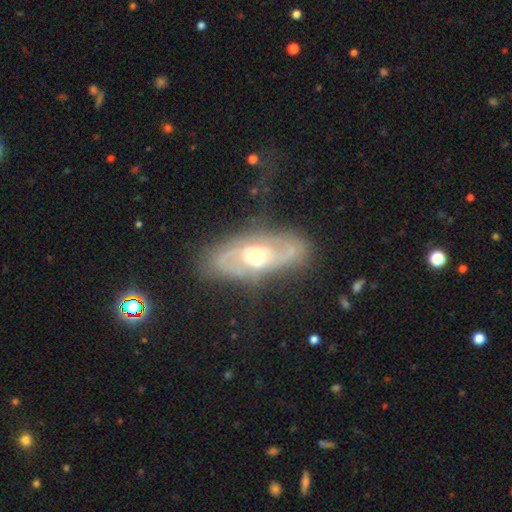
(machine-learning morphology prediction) Q: Smooth or featured?
A: featured or disk (83%); runner-up: smooth (12%)
Q: Edge-on disk?
A: no (91%); runner-up: yes (9%)
Q: Bar?
A: no (66%); runner-up: weak (26%)
Q: Spiral arms?
A: yes (85%); runner-up: no (15%)
Q: Spiral winding?
A: medium (42%); runner-up: tight (38%)
Q: Spiral arm count?
A: 2 (74%); runner-up: can't tell (15%)
Q: Bulge size?
A: moderate (73%); runner-up: large (14%)
Q: Merging?
A: none (70%); runner-up: minor disturbance (18%)